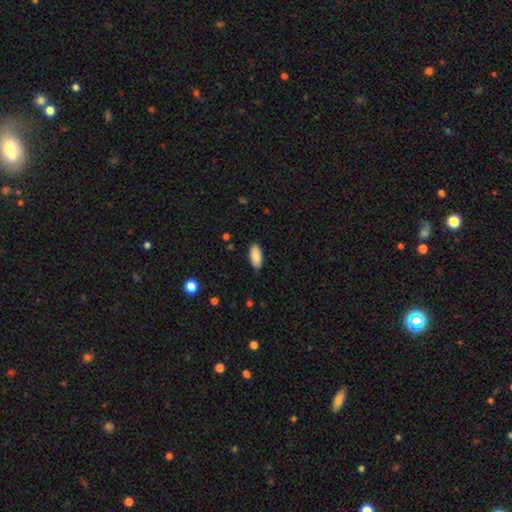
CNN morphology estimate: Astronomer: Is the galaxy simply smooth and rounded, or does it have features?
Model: smooth — 88%.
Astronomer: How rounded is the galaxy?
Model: in between — 89%.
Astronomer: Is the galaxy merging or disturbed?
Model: none — 88%.